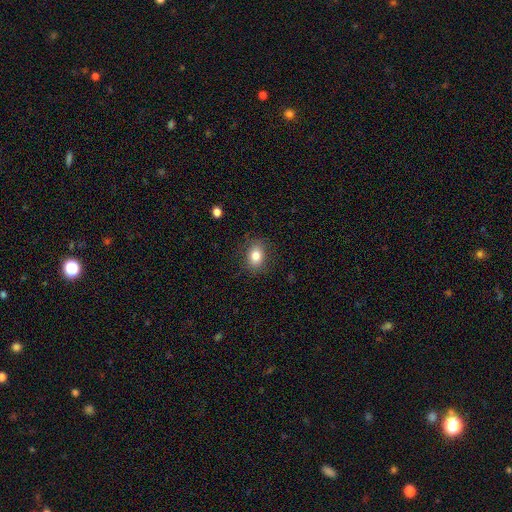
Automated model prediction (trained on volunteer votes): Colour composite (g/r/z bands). It shows a smooth galaxy with no disk features (81%) that is in between round and cigar-shaped (69%). Merging: none (85%).